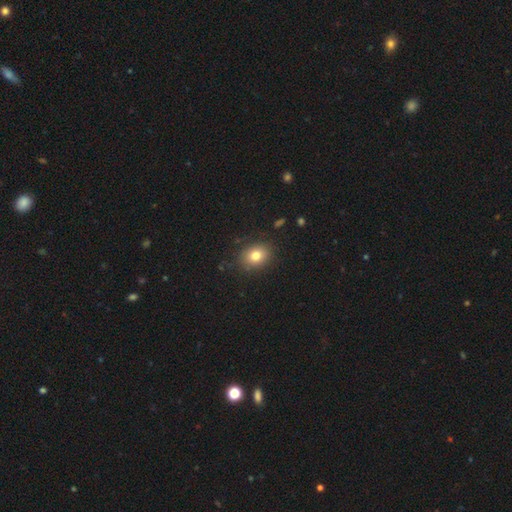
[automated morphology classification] The model was most divided on "how rounded": round: 50%, in between: 49%, cigar-shaped: 1%. More confident: merging — none (86%); smooth or featured — smooth (79%).